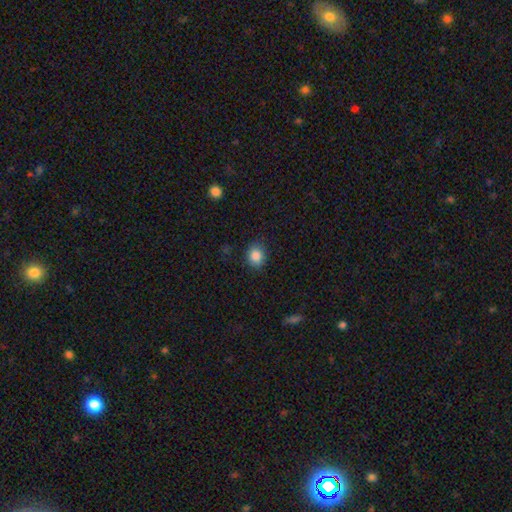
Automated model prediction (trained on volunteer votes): Smooth or featured? Predicted: smooth (p=0.86). How rounded? Predicted: round (p=0.67). Merging? Predicted: none (p=0.85).